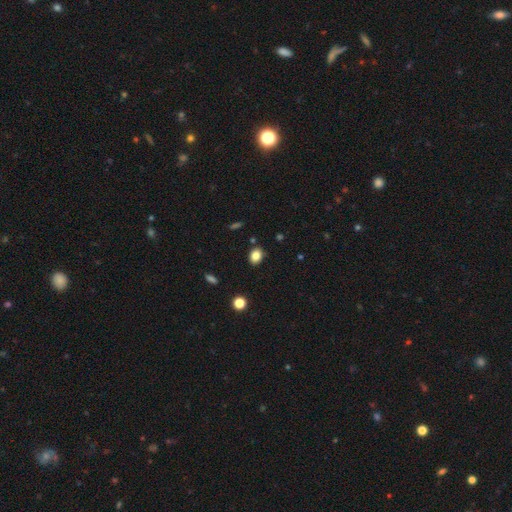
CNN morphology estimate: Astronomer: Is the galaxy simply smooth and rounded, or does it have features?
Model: smooth — 84%.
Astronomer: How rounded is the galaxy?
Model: in between — 61% (runner-up: round, 38%).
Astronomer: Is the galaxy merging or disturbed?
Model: none — 86%.